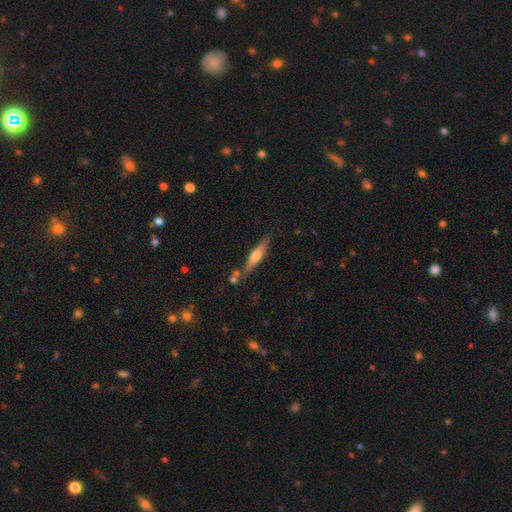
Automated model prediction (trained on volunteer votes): Smooth or featured? featured or disk (54%)
Edge-on disk? yes (94%)
Edge-on bulge? rounded (84%)
Merging? none (76%)